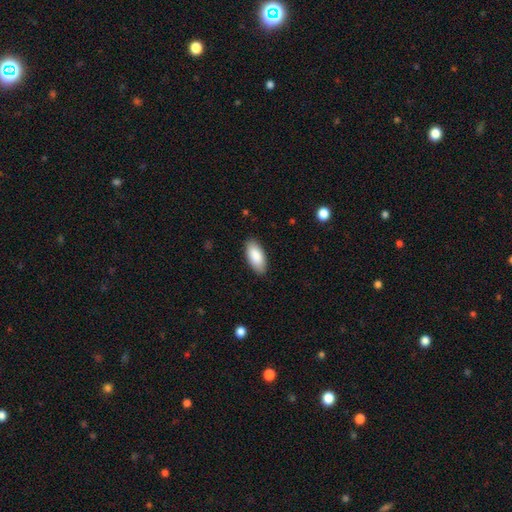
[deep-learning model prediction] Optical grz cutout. It shows a smooth galaxy with no disk features (88%) that is in between round and cigar-shaped (91%). Merging: none (88%).